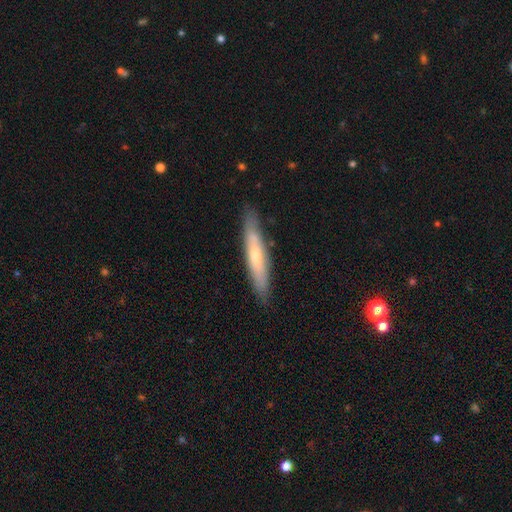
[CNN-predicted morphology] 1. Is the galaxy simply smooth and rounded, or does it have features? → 51% smooth, 43% featured or disk, 6% star or artifact.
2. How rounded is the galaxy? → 88% cigar-shaped, 10% in between, 1% round.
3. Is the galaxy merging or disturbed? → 85% none, 12% minor disturbance, 2% major disturbance, 2% merger.